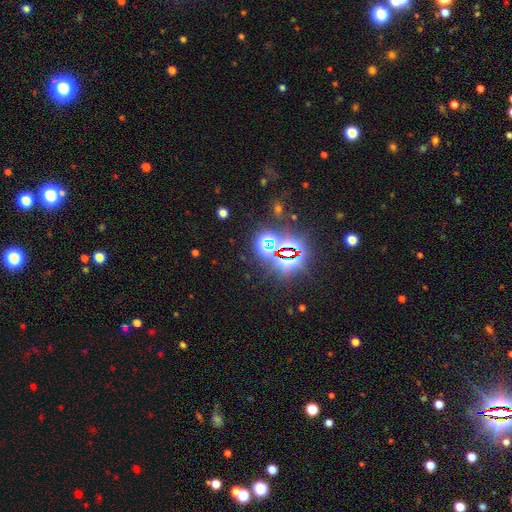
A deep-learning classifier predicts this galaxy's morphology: star or artifact 79%, smooth 14%, featured or disk 8%.